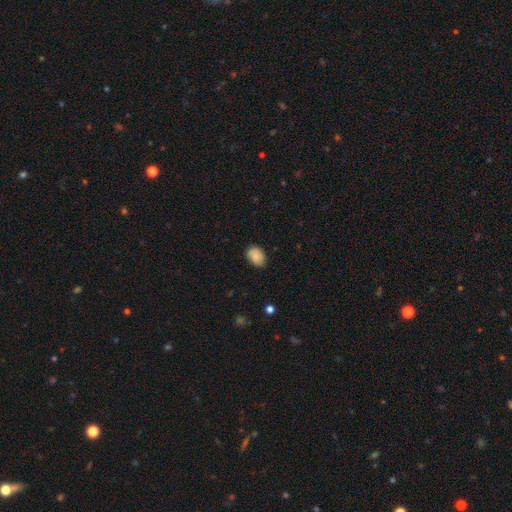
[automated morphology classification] Smooth or featured? Predicted: smooth (p=0.86). How rounded? Predicted: in between (p=0.69). Merging? Predicted: none (p=0.72).